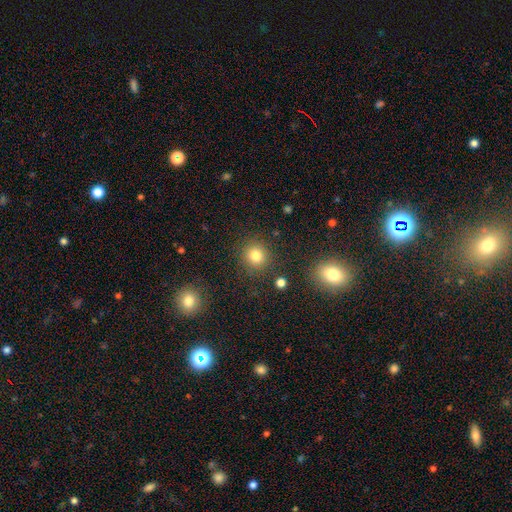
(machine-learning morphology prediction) Overall: smooth (81%). How rounded: round (90%). Merging: none (87%).